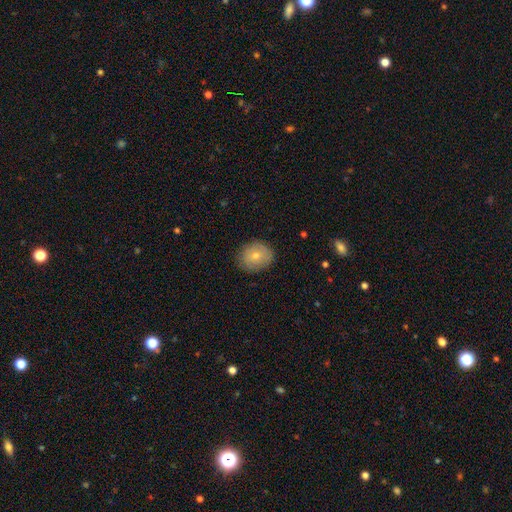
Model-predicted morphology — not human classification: smooth-or-featured: smooth: 72% | featured or disk: 20% | star or artifact: 8%
  how-rounded: round: 58% | in between: 41% | cigar-shaped: 1%
  merging: none: 82% | minor disturbance: 14% | major disturbance: 3% | merger: 1%